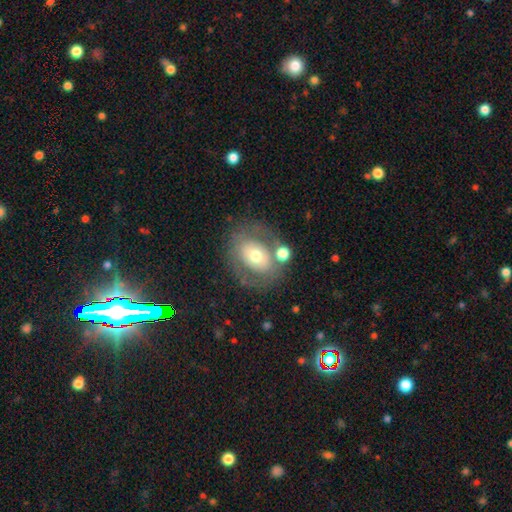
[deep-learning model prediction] smooth_or_featured: smooth (p=0.48) [alt: featured or disk p=0.43]
merging: none (p=0.62) [alt: minor disturbance p=0.16]